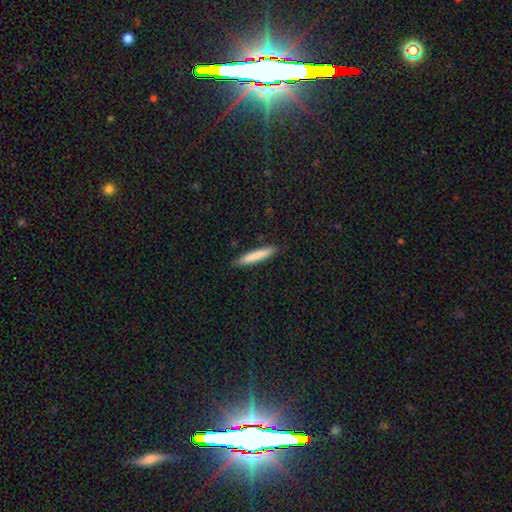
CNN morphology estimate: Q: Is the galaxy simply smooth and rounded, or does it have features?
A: smooth — 81%.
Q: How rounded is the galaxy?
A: cigar-shaped — 92%.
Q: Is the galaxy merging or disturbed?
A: none — 89%.